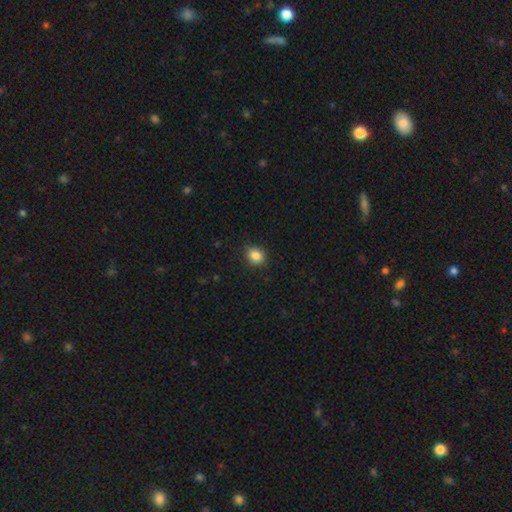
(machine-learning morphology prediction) smooth 85%, star or artifact 10%, featured or disk 5%. Down the decision tree: how rounded — round (62%); merging — none (81%).